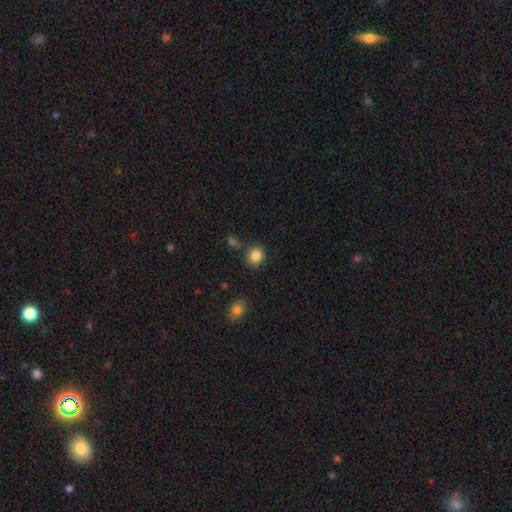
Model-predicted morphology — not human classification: Smooth or featured?
  - smooth: 86% *
  - star or artifact: 10%
  - featured or disk: 5%
How rounded?
  - round: 76% *
  - in between: 23%
  - cigar-shaped: 1%
Merging?
  - none: 82% *
  - minor disturbance: 11%
  - merger: 5%
  - major disturbance: 3%